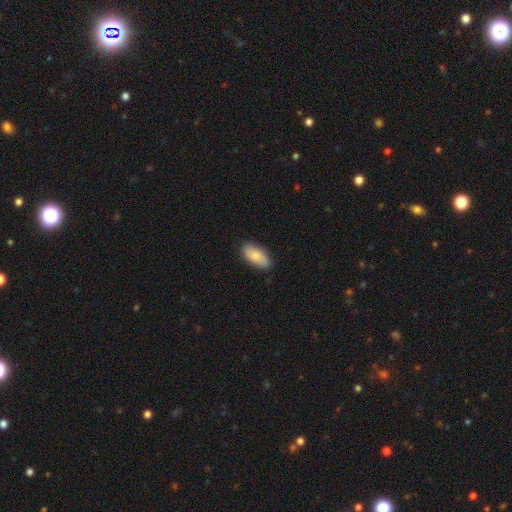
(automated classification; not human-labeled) This is likely a smooth galaxy (79%). How rounded: clearly in between (90%). Merging: clearly none (83%).